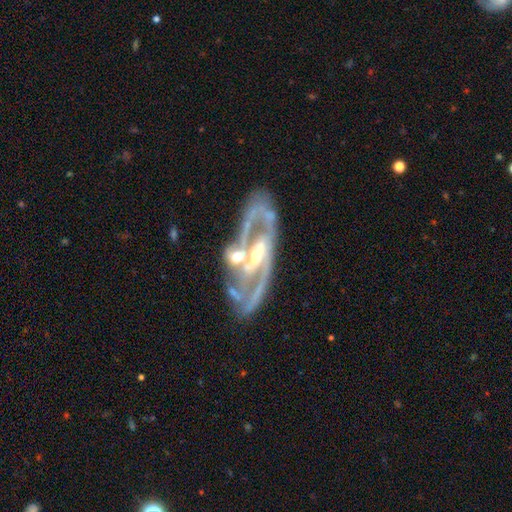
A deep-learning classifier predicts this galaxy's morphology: This is clearly a featured or disk galaxy (89%). It is clearly not viewed edge-on (95%). Bar: possibly strong (45%). Spiral arm pattern: clearly yes (94%). Spiral arm count: clearly 2 (81%). Spiral winding: possibly medium (53%). Central bulge: possibly moderate (51%). Merging: possibly none (53%).